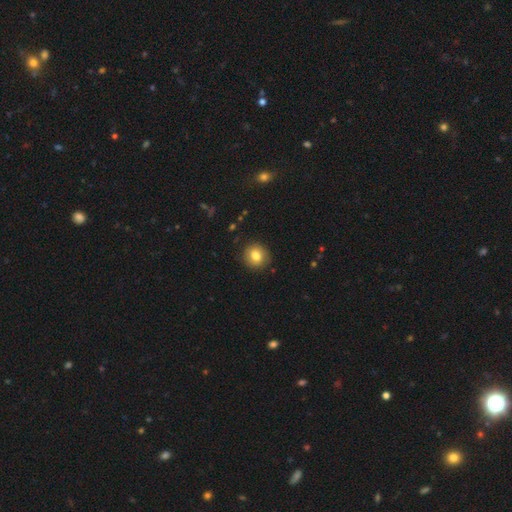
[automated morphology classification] Smooth or featured?
  - smooth: 80% *
  - featured or disk: 11%
  - star or artifact: 9%
How rounded?
  - round: 85% *
  - in between: 14%
  - cigar-shaped: 1%
Merging?
  - none: 88% *
  - minor disturbance: 8%
  - major disturbance: 2%
  - merger: 1%